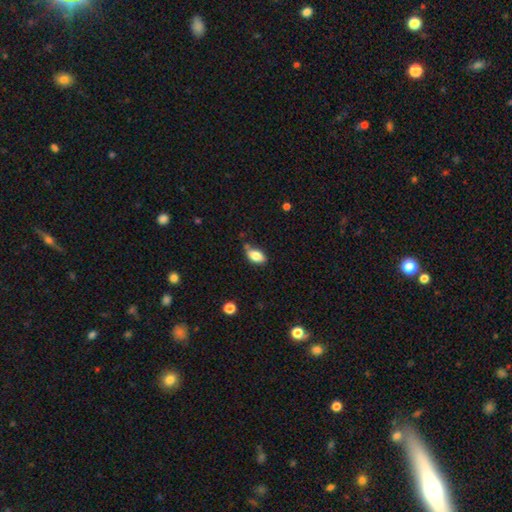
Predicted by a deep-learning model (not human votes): A smooth galaxy with no disk features (84%) that is in between round and cigar-shaped (90%). Merging: none (62%).